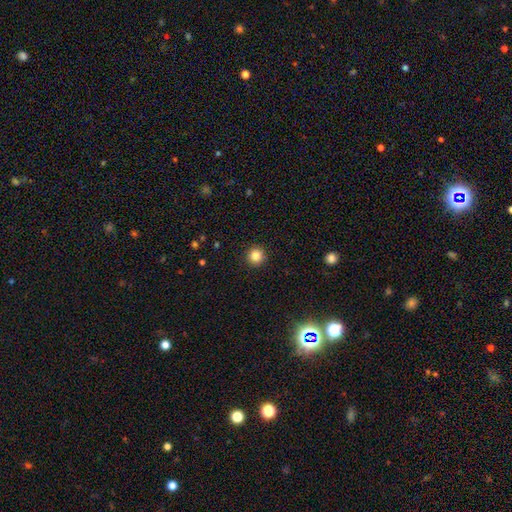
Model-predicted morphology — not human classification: A smooth galaxy with no disk features (84%) that is round (95%). Merging: none (92%).